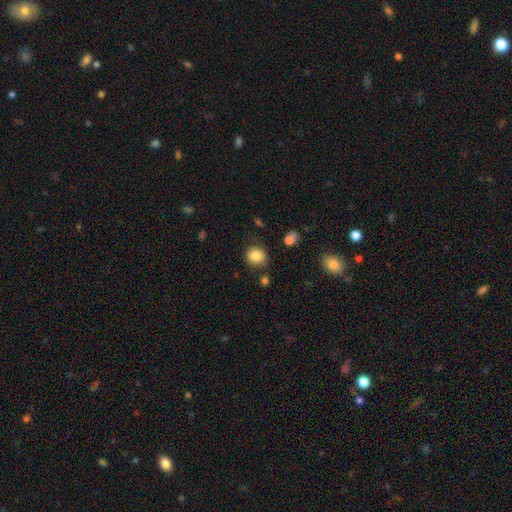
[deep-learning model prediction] Morphology: type=smooth (84%); roundness=round (79%); merging=none (83%).